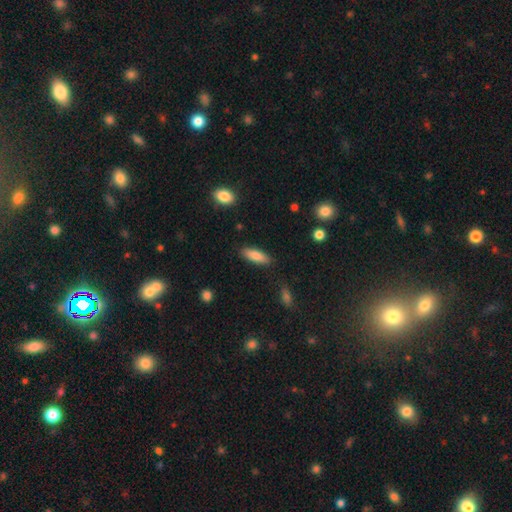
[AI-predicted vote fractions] This is clearly a smooth galaxy (83%). How rounded: possibly in between (57%). Merging: clearly none (86%).